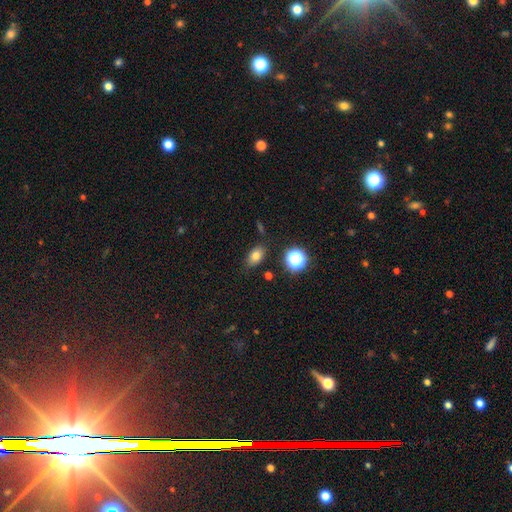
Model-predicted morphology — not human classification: A smooth galaxy with no disk features (78%) that is in between round and cigar-shaped (81%). Merging: none (82%).